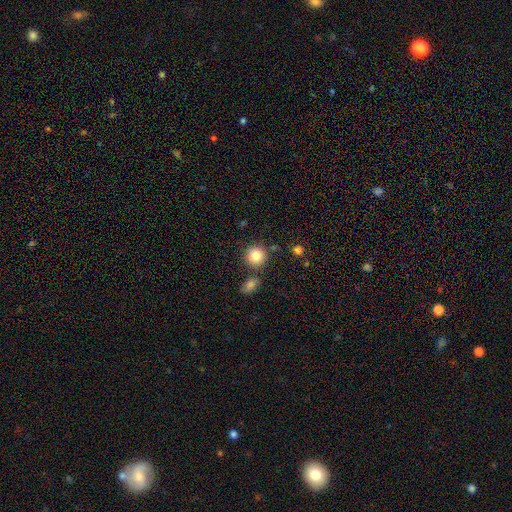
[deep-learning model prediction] Smooth or featured: smooth — 85% (star or artifact — 9%)
How rounded: round — 92% (in between — 7%)
Merging: none — 80% (merger — 9%)